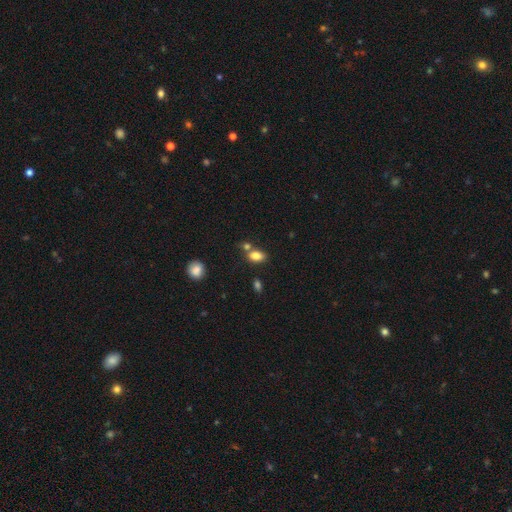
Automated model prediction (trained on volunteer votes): Overall: smooth (82%). How rounded: in between (84%). Merging: none (57%; merger 26%).